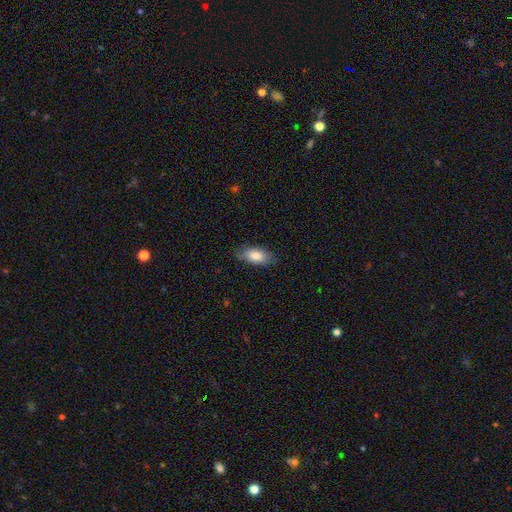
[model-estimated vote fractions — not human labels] smooth_or_featured: smooth (p=0.82) [alt: featured or disk p=0.12]
how_rounded: in between (p=0.89) [alt: cigar-shaped p=0.08]
merging: none (p=0.79) [alt: minor disturbance p=0.17]